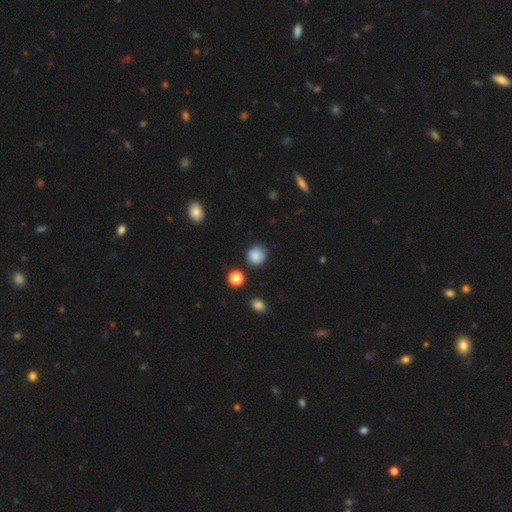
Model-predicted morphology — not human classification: Smooth or featured?
  - smooth: 82% *
  - star or artifact: 10%
  - featured or disk: 7%
How rounded?
  - round: 84% *
  - in between: 15%
  - cigar-shaped: 1%
Merging?
  - none: 75% *
  - minor disturbance: 18%
  - major disturbance: 4%
  - merger: 3%